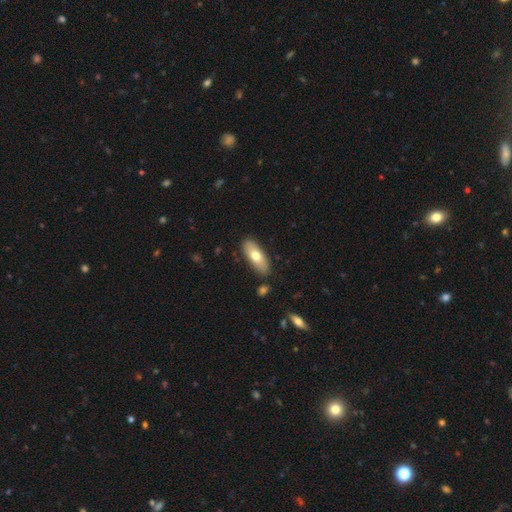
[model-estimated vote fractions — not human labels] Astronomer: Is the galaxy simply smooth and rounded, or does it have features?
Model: smooth — 69%.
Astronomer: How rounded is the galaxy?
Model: in between — 77%.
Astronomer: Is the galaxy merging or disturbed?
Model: none — 85%.